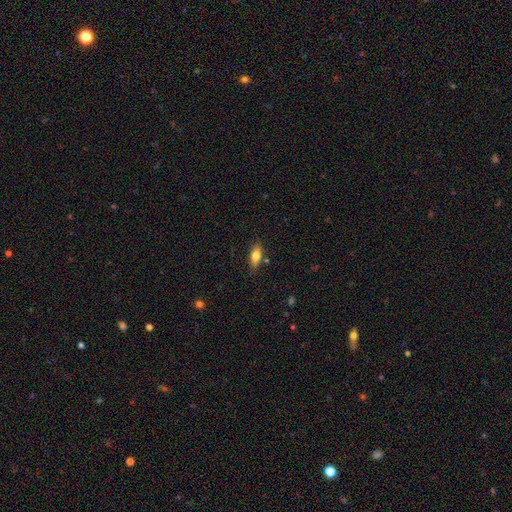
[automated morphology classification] The model was most divided on "smooth or featured": smooth: 75%, featured or disk: 18%, star or artifact: 8%. More confident: merging — none (81%); how rounded — in between (78%).